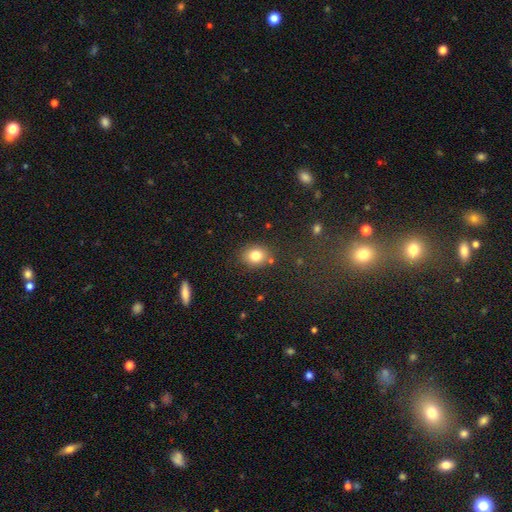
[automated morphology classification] Q: Smooth or featured?
A: smooth (81%); runner-up: star or artifact (11%)
Q: How rounded?
A: round (58%); runner-up: in between (41%)
Q: Merging?
A: none (82%); runner-up: minor disturbance (11%)